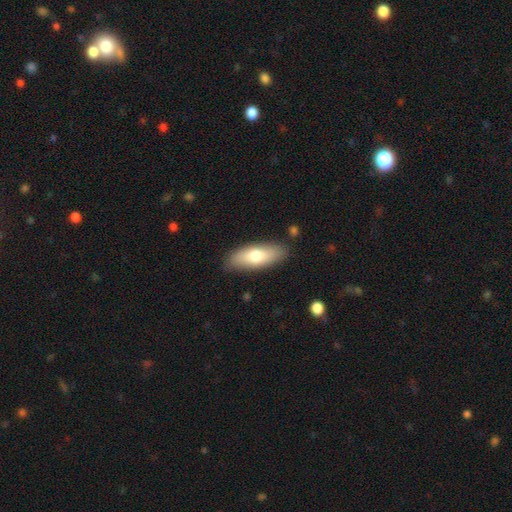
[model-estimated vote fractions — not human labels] A smooth galaxy with no disk features (73%) that is in between round and cigar-shaped (72%). Merging: none (85%).